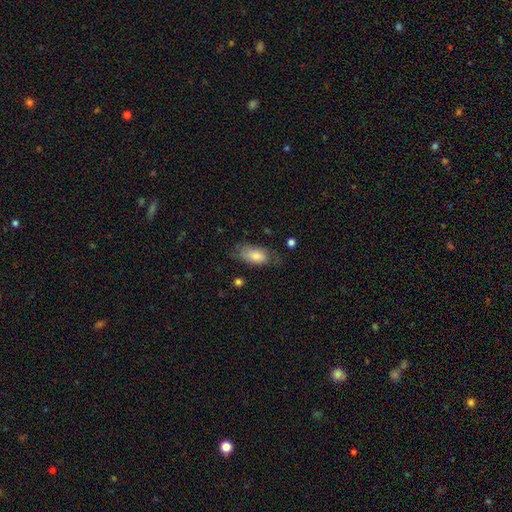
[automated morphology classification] Smooth or featured? smooth (75%)
How rounded? in between (88%)
Merging? none (59%)